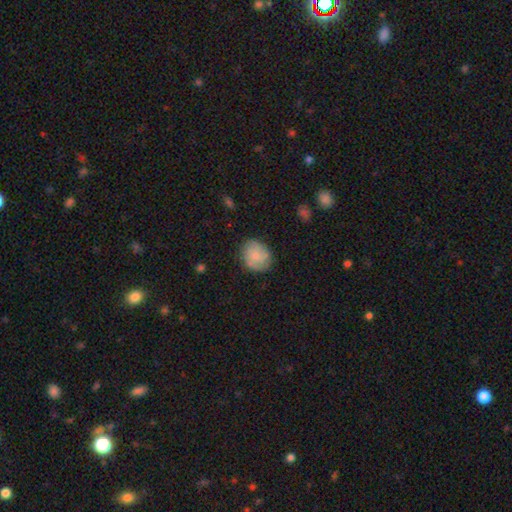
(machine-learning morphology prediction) smooth-or-featured: smooth: 71% | featured or disk: 22% | star or artifact: 7%
  how-rounded: round: 67% | in between: 32% | cigar-shaped: 1%
  merging: none: 76% | minor disturbance: 18% | major disturbance: 5% | merger: 2%